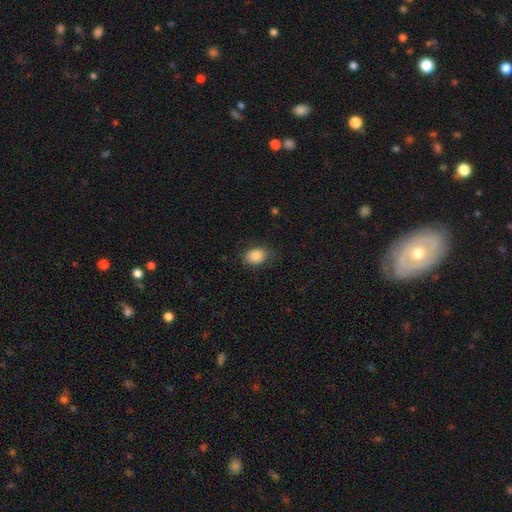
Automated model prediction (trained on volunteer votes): The model was most divided on "how rounded": in between: 69%, round: 30%, cigar-shaped: 1%. More confident: smooth or featured — smooth (86%); merging — none (75%).